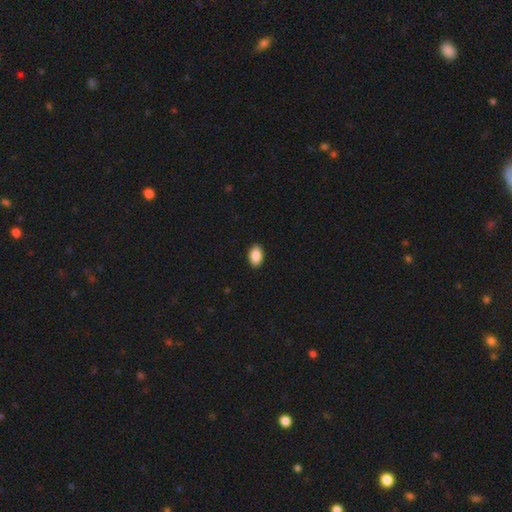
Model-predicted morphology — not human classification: smooth-or-featured: smooth: 89% | star or artifact: 7% | featured or disk: 4%
  how-rounded: in between: 92% | round: 6% | cigar-shaped: 1%
  merging: none: 90% | minor disturbance: 7% | major disturbance: 2% | merger: 1%